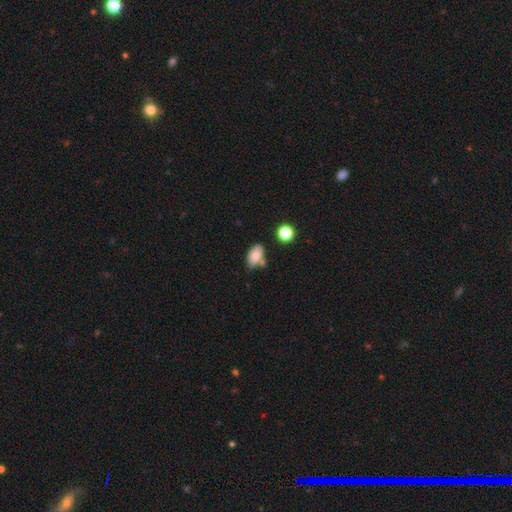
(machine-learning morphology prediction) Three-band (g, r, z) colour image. It shows a smooth galaxy with no disk features (78%) that is in between round and cigar-shaped (89%). Merging: none (60%).